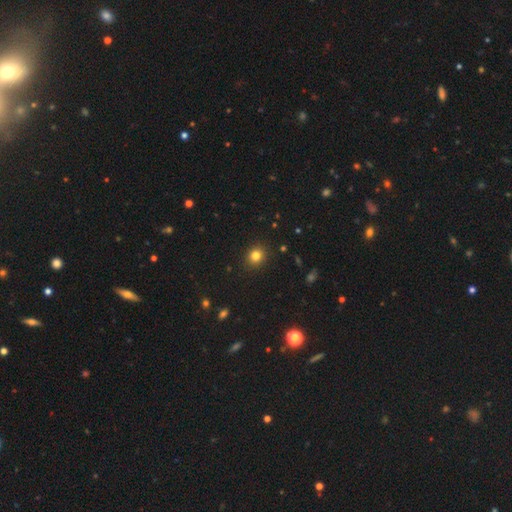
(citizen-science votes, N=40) smooth_or_featured: smooth (p=0.80) [alt: featured or disk p=0.10]
how_rounded: round (p=0.62) [alt: in between p=0.31]
merging: none (p=0.67) [alt: minor disturbance p=0.19]